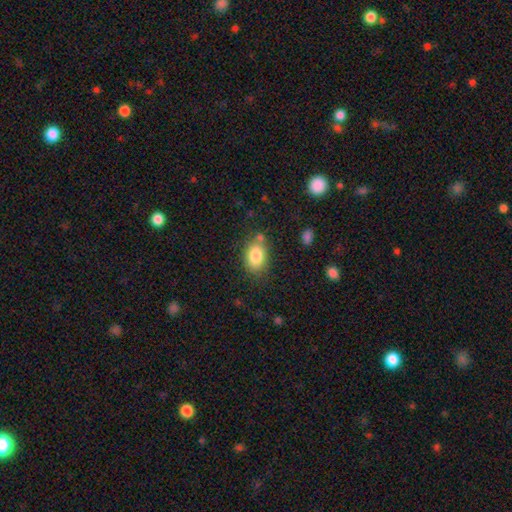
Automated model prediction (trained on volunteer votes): Smooth or featured? Predicted: smooth (p=0.84). How rounded? Predicted: in between (p=0.83). Merging? Predicted: none (p=0.72).